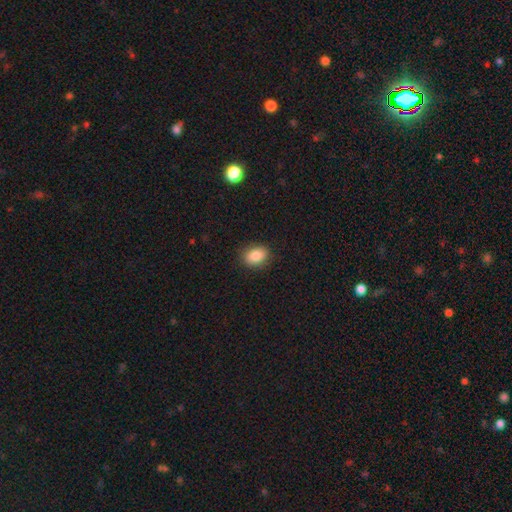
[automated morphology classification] Smooth or featured? smooth (85%)
How rounded? in between (71%)
Merging? none (87%)